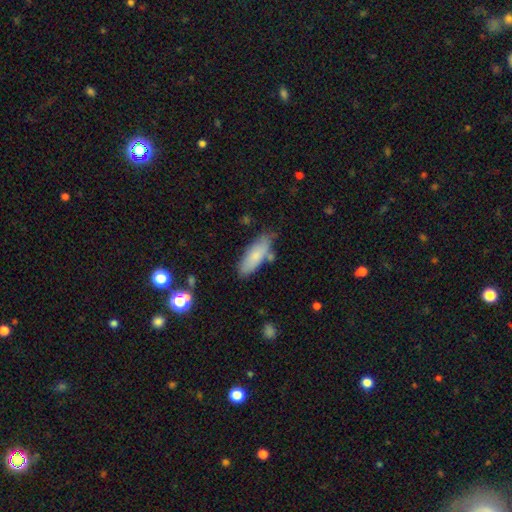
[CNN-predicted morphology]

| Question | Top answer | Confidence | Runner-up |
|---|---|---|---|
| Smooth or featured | smooth | 77% | featured or disk (16%) |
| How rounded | in between | 63% | cigar-shaped (35%) |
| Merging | none | 71% | minor disturbance (18%) |